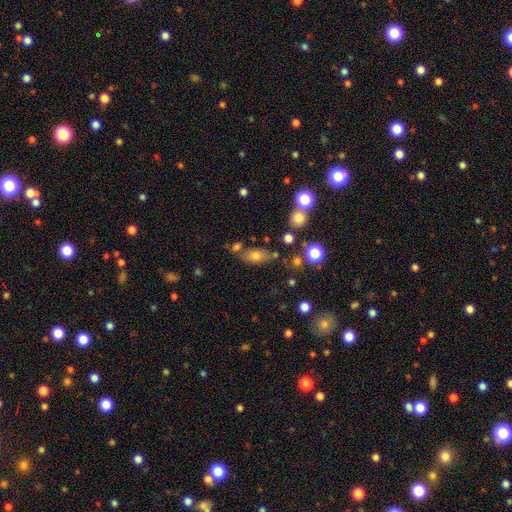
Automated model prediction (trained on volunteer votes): smooth-or-featured: smooth: 71% | featured or disk: 17% | star or artifact: 12%
  how-rounded: in between: 78% | round: 14% | cigar-shaped: 7%
  merging: none: 63% | minor disturbance: 17% | merger: 14% | major disturbance: 6%